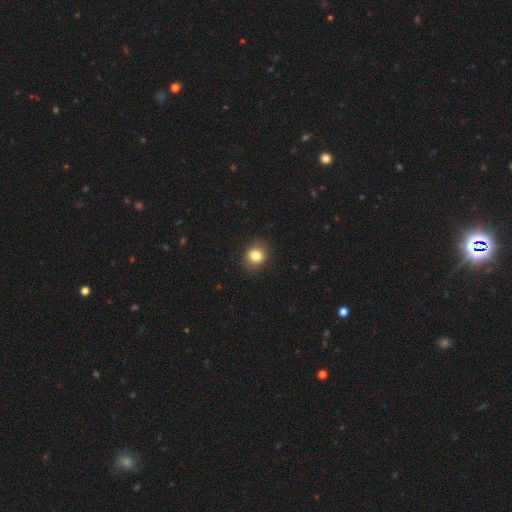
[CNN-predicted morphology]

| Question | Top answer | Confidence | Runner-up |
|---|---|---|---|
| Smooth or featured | smooth | 81% | star or artifact (10%) |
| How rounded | round | 67% | in between (32%) |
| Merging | none | 87% | minor disturbance (10%) |